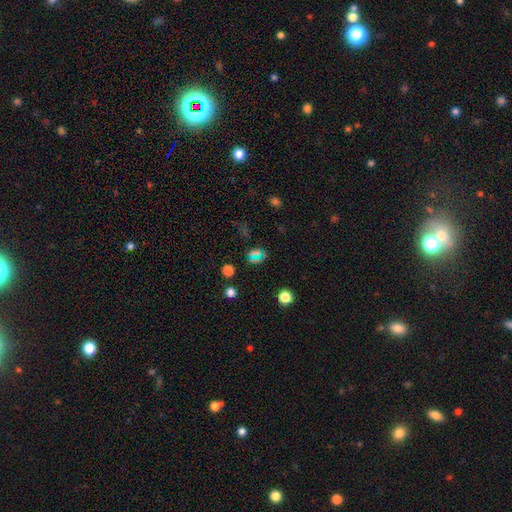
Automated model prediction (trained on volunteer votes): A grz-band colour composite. It shows a star or artifact, not a galaxy (53%).